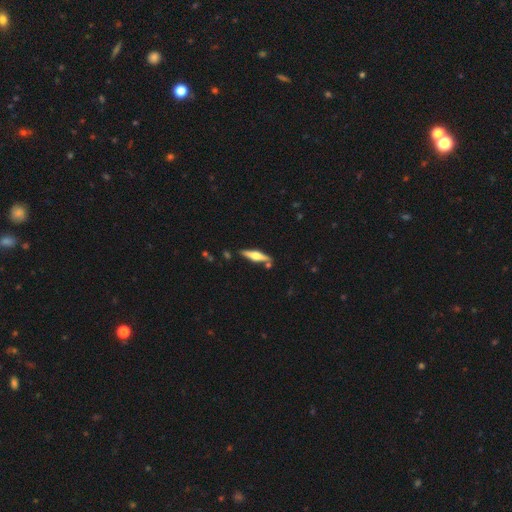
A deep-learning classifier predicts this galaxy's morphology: smooth_or_featured: featured or disk (p=0.66) [alt: smooth p=0.28]
disk_edge_on: yes (p=0.96) [alt: no p=0.04]
edge_on_bulge: rounded (p=0.90) [alt: boxy p=0.08]
merging: none (p=0.83) [alt: minor disturbance p=0.10]